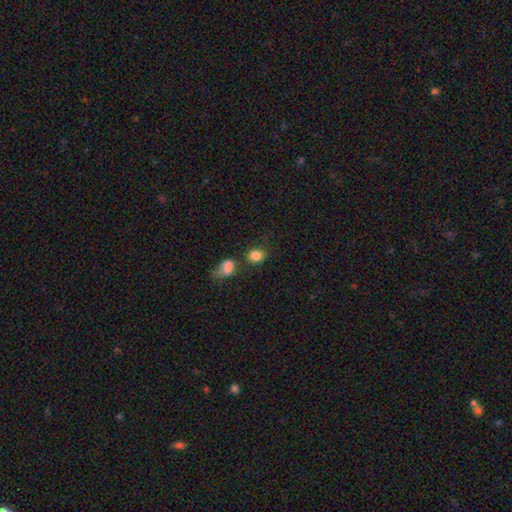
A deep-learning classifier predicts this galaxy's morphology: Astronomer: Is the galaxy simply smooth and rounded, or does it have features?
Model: smooth — 84%.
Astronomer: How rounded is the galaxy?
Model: round — 53% (runner-up: in between, 46%).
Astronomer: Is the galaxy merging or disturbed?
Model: none — 57%.